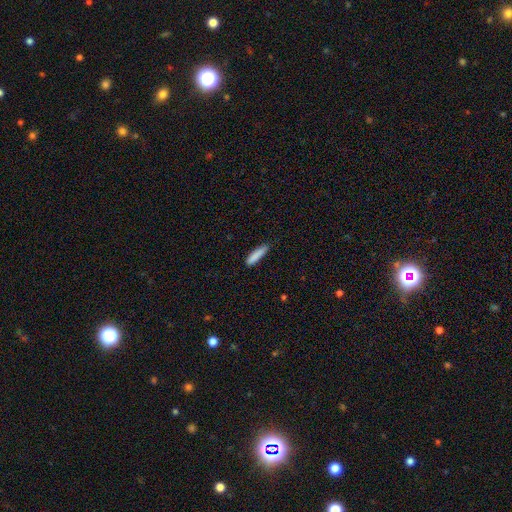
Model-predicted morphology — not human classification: Overall: smooth (87%). How rounded: cigar-shaped (80%). Merging: none (81%).